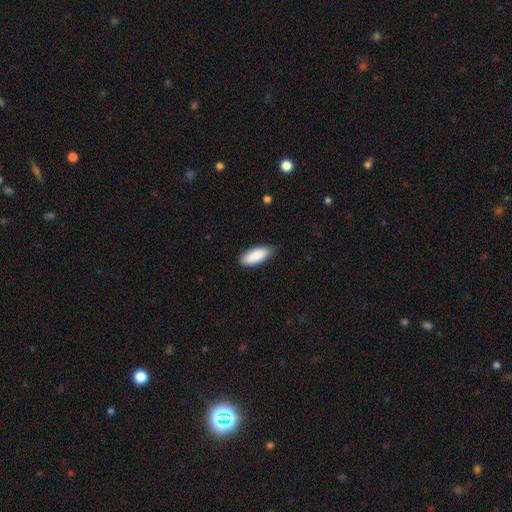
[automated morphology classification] This is clearly a smooth galaxy (89%). How rounded: clearly in between (81%). Merging: clearly none (84%).